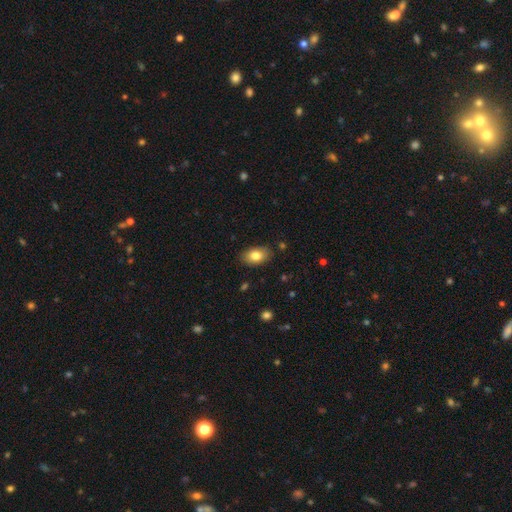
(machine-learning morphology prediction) Smooth or featured? smooth (82%)
How rounded? in between (90%)
Merging? none (86%)